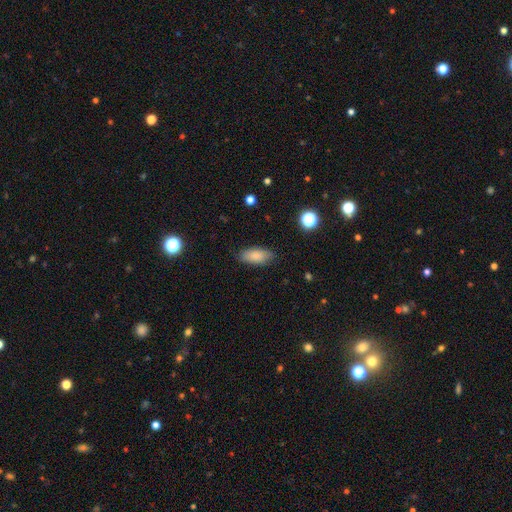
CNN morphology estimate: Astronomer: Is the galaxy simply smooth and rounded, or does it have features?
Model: smooth — 84%.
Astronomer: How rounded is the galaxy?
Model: in between — 85%.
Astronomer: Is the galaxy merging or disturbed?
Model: none — 85%.